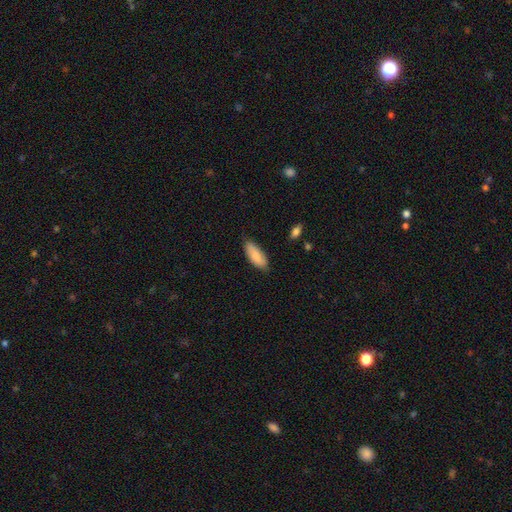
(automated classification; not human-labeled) Q: Smooth or featured?
A: smooth (82%); runner-up: featured or disk (12%)
Q: How rounded?
A: in between (79%); runner-up: cigar-shaped (20%)
Q: Merging?
A: none (79%); runner-up: minor disturbance (17%)